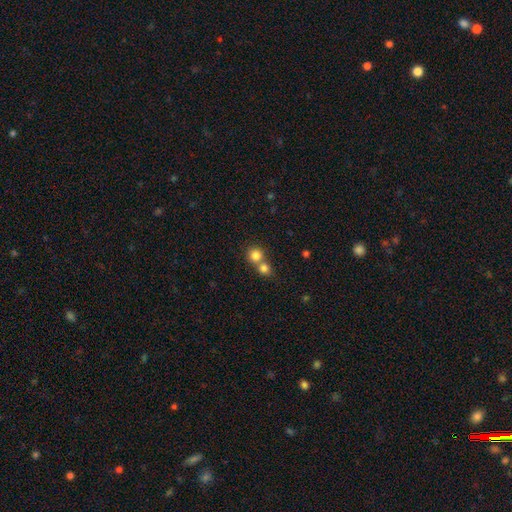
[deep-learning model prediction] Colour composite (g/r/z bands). It shows a smooth galaxy with no disk features (81%) that is round (89%). Merging: merger (49%).